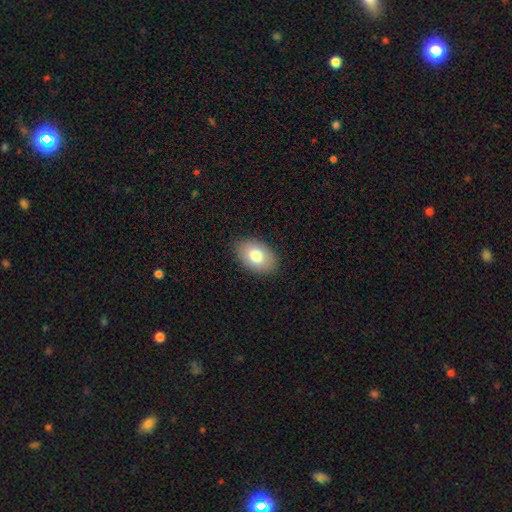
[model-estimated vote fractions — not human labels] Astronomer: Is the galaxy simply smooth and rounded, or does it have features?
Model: smooth — 78%.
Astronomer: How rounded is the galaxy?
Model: in between — 88%.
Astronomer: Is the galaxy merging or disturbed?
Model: none — 87%.